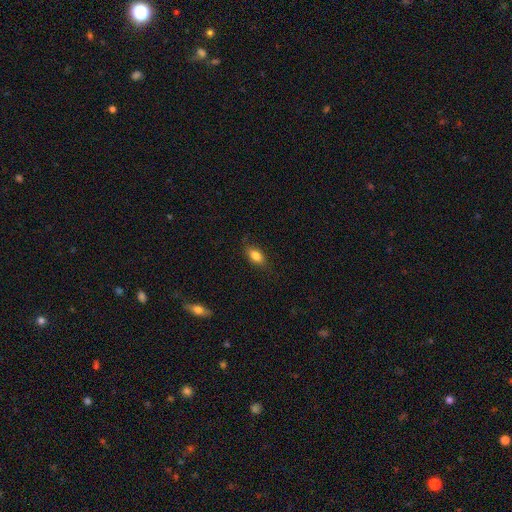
Overall: smooth (97%). How rounded: in between (83%). Merging: none (78%).